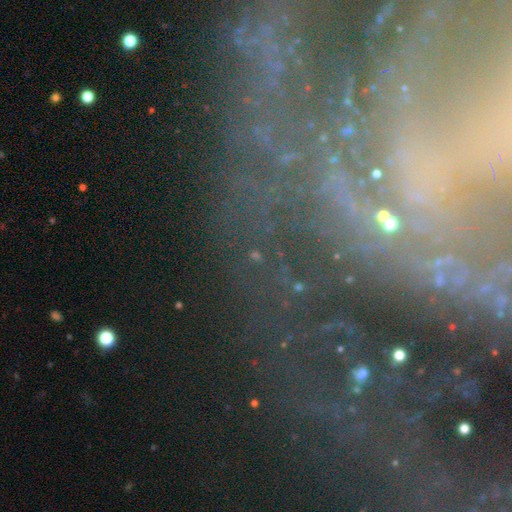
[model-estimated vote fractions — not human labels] smooth-or-featured: featured or disk: 48% | star or artifact: 36% | smooth: 16%
  merging: none: 69% | minor disturbance: 15% | major disturbance: 11% | merger: 5%